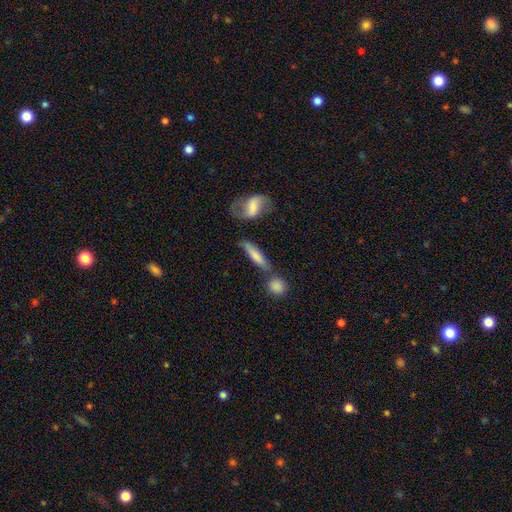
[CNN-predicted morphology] Smooth or featured: smooth — 70% (featured or disk — 23%)
How rounded: cigar-shaped — 77% (in between — 20%)
Merging: none — 64% (merger — 16%)